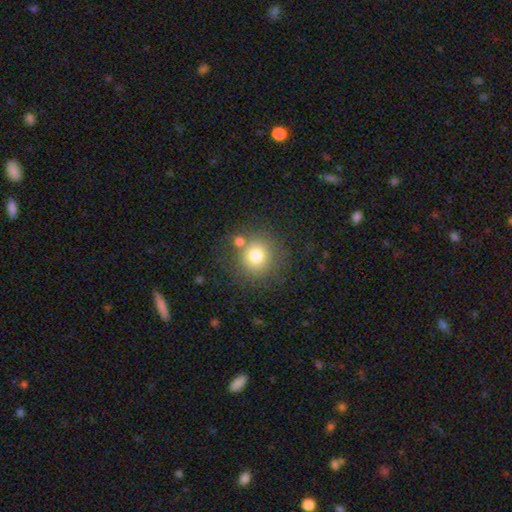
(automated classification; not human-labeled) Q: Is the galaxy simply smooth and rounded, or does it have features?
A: smooth — 76%.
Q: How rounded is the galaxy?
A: round — 90%.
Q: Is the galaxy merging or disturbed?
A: none — 73%.